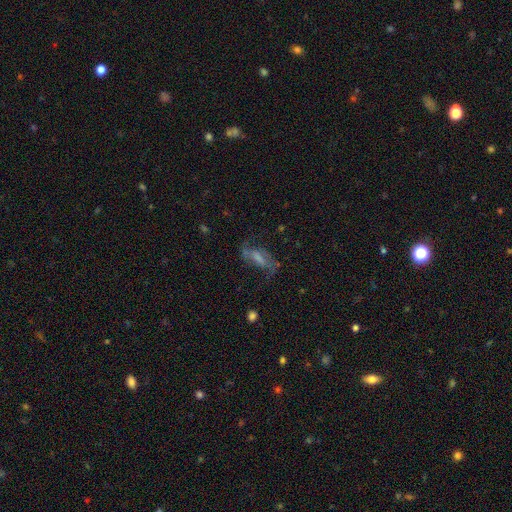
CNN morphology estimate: This appears to be a featured or disk galaxy (59%) with a weak bar (41%), spiral arms (80%) and no central bulge (30%). Merging: none (57%).